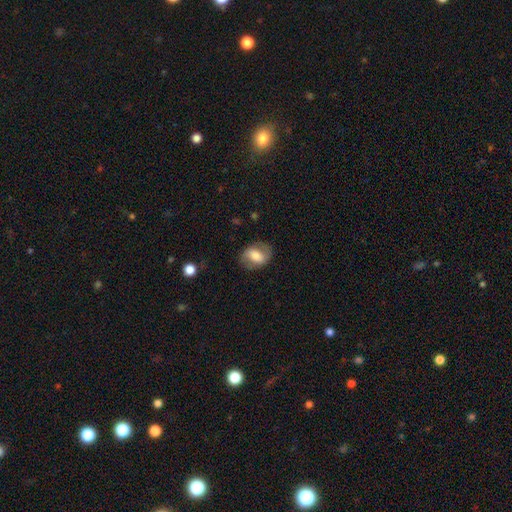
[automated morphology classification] Smooth or featured?
  - smooth: 48% *
  - featured or disk: 44%
  - star or artifact: 7%
Merging?
  - none: 76% *
  - minor disturbance: 16%
  - major disturbance: 7%
  - merger: 1%